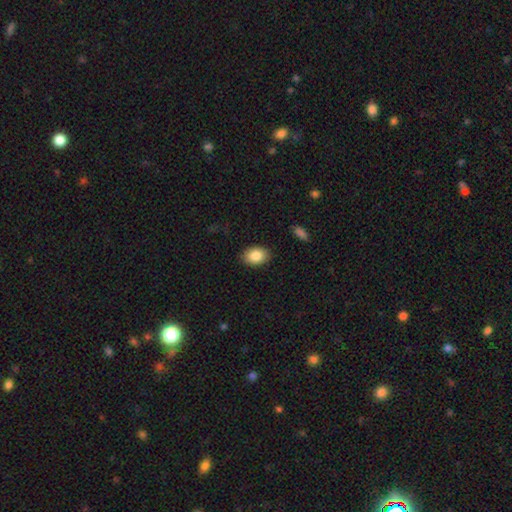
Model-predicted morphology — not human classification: This appears to be a smooth galaxy with no disk features (87%) that is in between round and cigar-shaped (81%). Merging: none (88%).